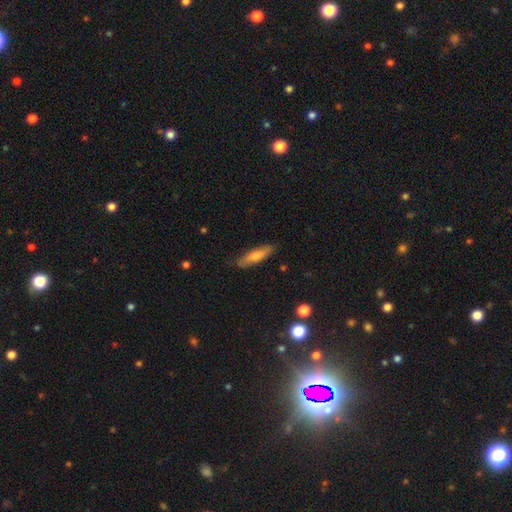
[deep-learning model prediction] Smooth or featured: smooth — 66% (featured or disk — 28%)
How rounded: cigar-shaped — 69% (in between — 29%)
Merging: none — 83% (minor disturbance — 14%)